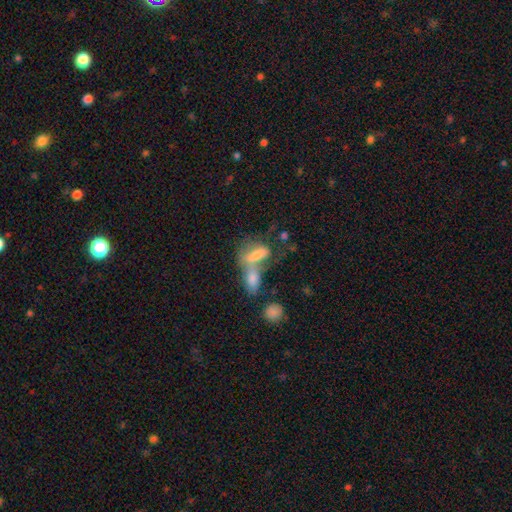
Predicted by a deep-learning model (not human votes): The model was most divided on "smooth or featured": smooth: 63%, featured or disk: 26%, star or artifact: 11%. More confident: how rounded — in between (73%); merging — merger (62%).